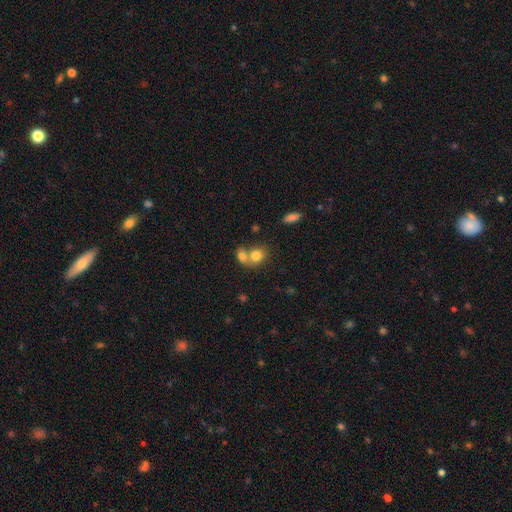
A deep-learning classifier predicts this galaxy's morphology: Q: Smooth or featured?
A: smooth (78%); runner-up: featured or disk (13%)
Q: How rounded?
A: round (59%); runner-up: in between (40%)
Q: Merging?
A: merger (60%); runner-up: none (30%)